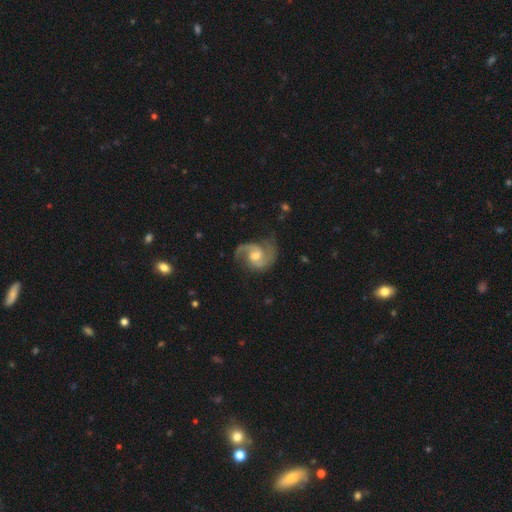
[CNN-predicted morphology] smooth_or_featured: featured or disk (p=0.90) [alt: smooth p=0.05]
disk_edge_on: no (p=0.98) [alt: yes p=0.02]
bar: no (p=0.47) [alt: weak p=0.44]
has_spiral_arms: yes (p=0.98) [alt: no p=0.02]
spiral_winding: medium (p=0.58) [alt: loose p=0.23]
spiral_arm_count: 2 (p=0.91) [alt: can't tell p=0.02]
bulge_size: moderate (p=0.68) [alt: small p=0.22]
merging: none (p=0.74) [alt: minor disturbance p=0.18]